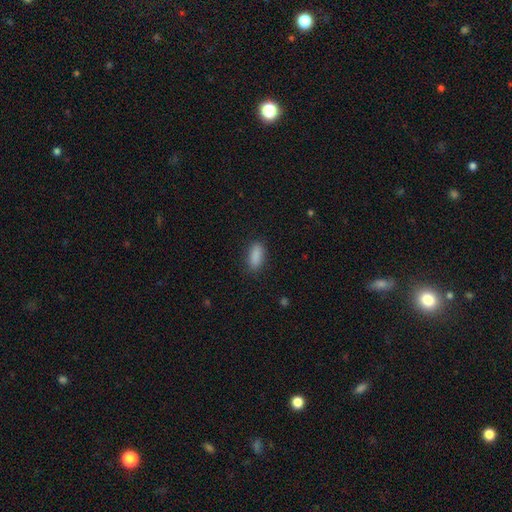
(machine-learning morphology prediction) Smooth or featured? Predicted: smooth (p=0.88). How rounded? Predicted: in between (p=0.80). Merging? Predicted: none (p=0.85).